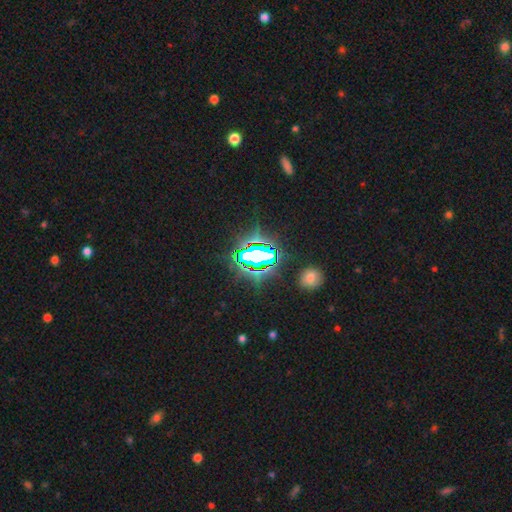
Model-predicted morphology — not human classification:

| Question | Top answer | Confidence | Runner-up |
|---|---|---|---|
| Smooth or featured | star or artifact | 75% | smooth (13%) |